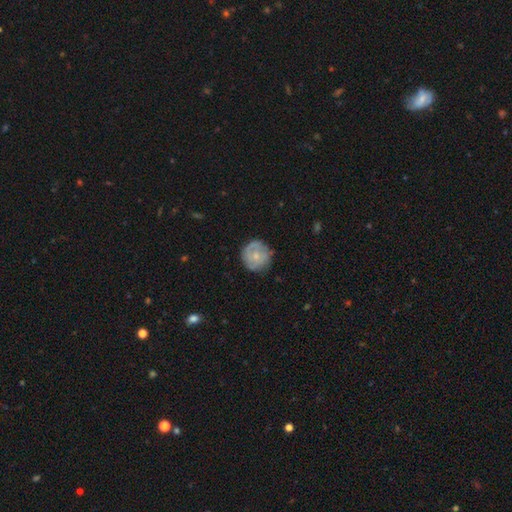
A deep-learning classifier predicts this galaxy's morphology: A featured or disk galaxy (51%).

Vote fractions:
- Smooth or featured? featured or disk: 51% / smooth: 43% / star or artifact: 6%
- Edge-on disk? no: 98% / yes: 2%
- Merging? none: 75% / minor disturbance: 18% / major disturbance: 5% / merger: 1%